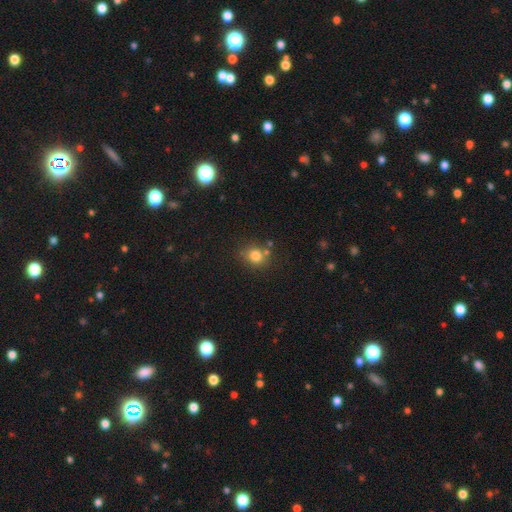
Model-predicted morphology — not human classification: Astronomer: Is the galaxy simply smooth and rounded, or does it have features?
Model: smooth — 79%.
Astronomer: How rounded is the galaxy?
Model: round — 74%.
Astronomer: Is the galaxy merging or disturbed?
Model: none — 70%.